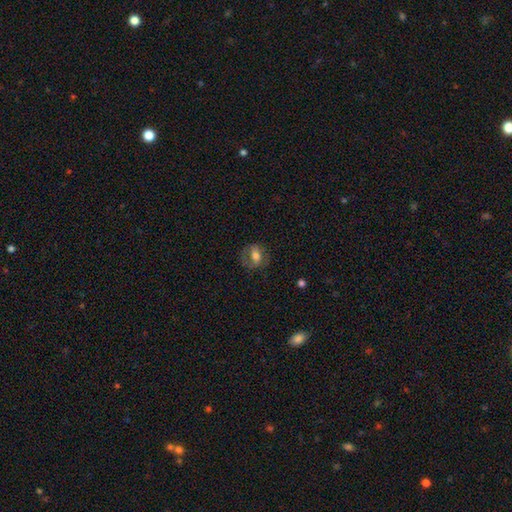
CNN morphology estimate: This appears to be a smooth galaxy with no disk features (53%) that is in between round and cigar-shaped (59%). Merging: none (66%).